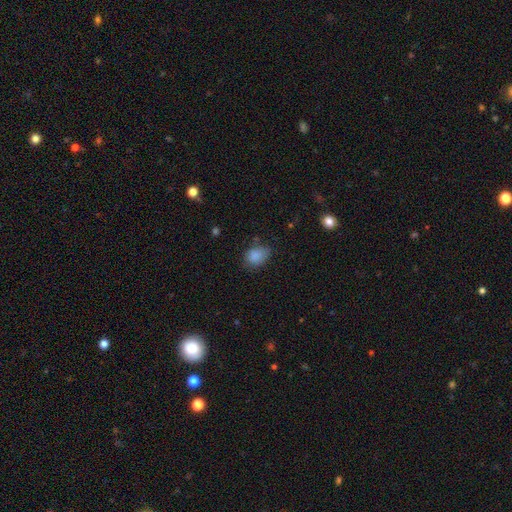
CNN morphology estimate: A smooth galaxy with no disk features (85%) that is in between round and cigar-shaped (63%). Merging: none (65%).